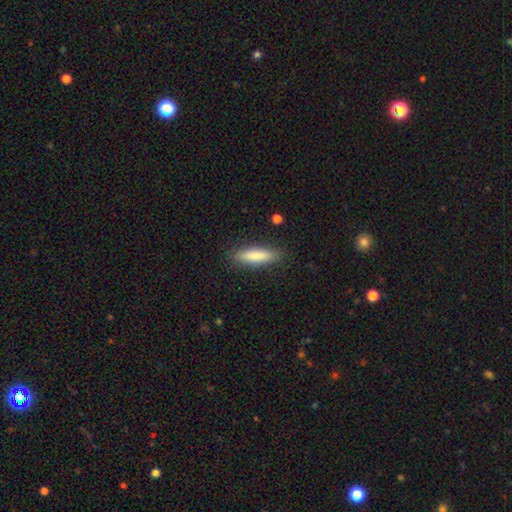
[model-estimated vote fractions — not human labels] A smooth galaxy with no disk features (82%) that is cigar-shaped (70%). Merging: none (87%).